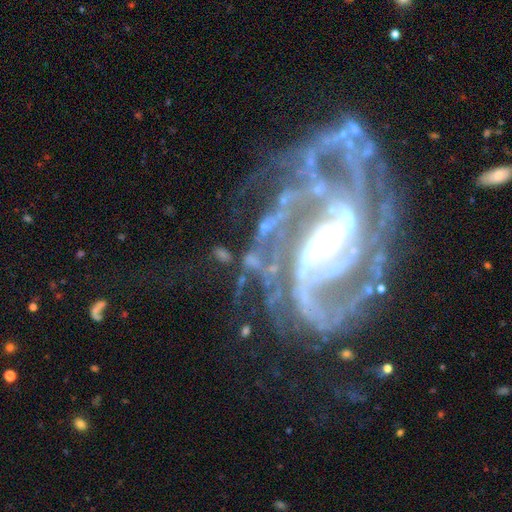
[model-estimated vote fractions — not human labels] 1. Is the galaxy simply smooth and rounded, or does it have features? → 92% featured or disk, 6% star or artifact, 2% smooth.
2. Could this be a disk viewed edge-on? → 98% no, 2% yes.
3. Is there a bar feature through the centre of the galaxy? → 45% strong, 32% weak, 23% no.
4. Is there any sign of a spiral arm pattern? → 98% yes, 2% no.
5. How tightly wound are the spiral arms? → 50% medium, 34% tight, 16% loose.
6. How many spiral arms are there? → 38% 2, 22% 3, 12% can't tell, 12% 4, 9% more than 4, 8% 1.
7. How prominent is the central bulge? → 50% moderate, 42% small, 6% large, 2% none, 1% dominant.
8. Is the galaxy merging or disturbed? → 53% none, 24% major disturbance, 18% minor disturbance, 5% merger.